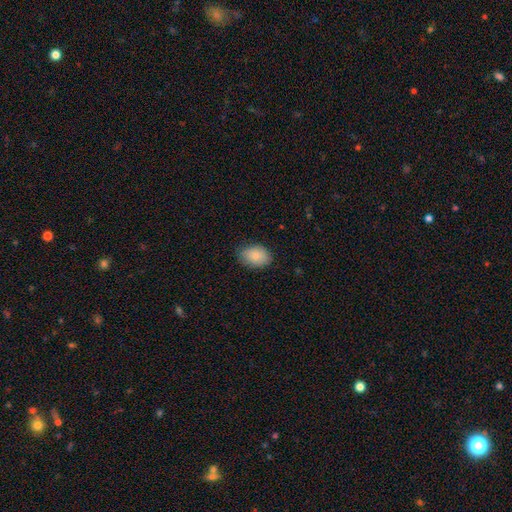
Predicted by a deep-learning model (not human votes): Q: Smooth or featured?
A: smooth (87%); runner-up: star or artifact (7%)
Q: How rounded?
A: in between (82%); runner-up: round (17%)
Q: Merging?
A: none (80%); runner-up: minor disturbance (16%)